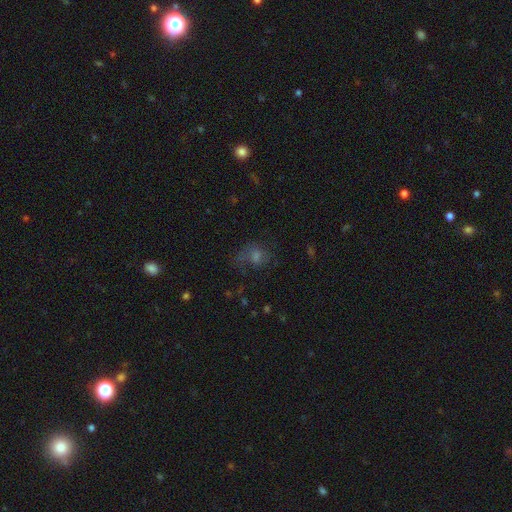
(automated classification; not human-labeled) Q: Smooth or featured?
A: smooth (41%); runner-up: featured or disk (31%)
Q: Merging?
A: none (51%); runner-up: major disturbance (26%)